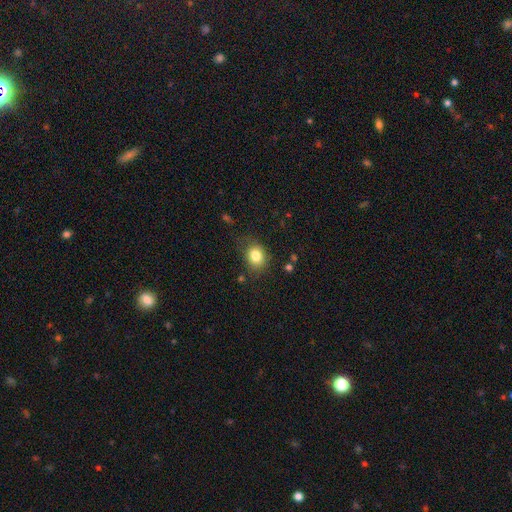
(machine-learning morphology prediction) This is clearly a smooth galaxy (82%). How rounded: likely round (60%). Merging: likely none (73%).